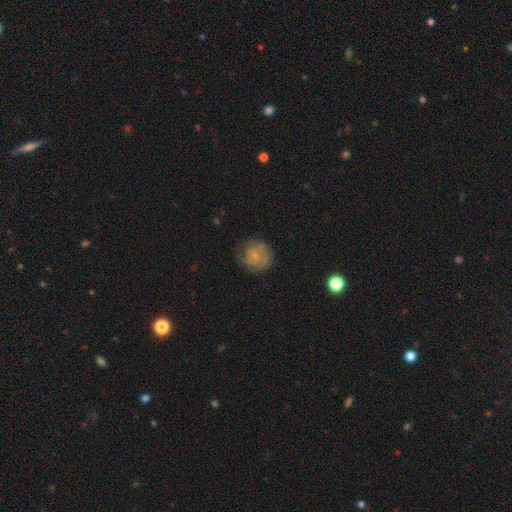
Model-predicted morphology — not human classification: A featured or disk galaxy (59%) with no bar (67%), spiral arms (81%) and a small central bulge (63%).

Vote fractions:
- Smooth or featured? featured or disk: 59% / smooth: 33% / star or artifact: 8%
- Edge-on disk? no: 98% / yes: 2%
- Bar? no: 67% / weak: 29% / strong: 4%
- Spiral arms? yes: 81% / no: 19%
- Bulge size? small: 63% / moderate: 21% / none: 14% / large: 2% / dominant: 1%
- Merging? none: 64% / minor disturbance: 22% / major disturbance: 12% / merger: 2%